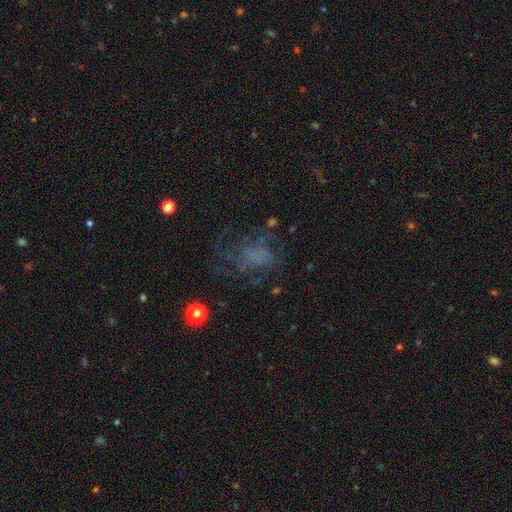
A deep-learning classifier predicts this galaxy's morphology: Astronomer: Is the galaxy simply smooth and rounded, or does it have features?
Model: featured or disk — 48% (runner-up: smooth, 31%).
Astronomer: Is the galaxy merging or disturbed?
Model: none — 49% (runner-up: major disturbance, 29%).